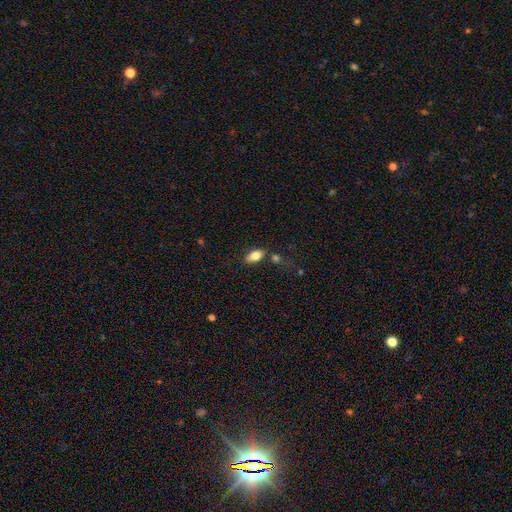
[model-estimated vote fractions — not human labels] Morphology: type=smooth (74%); roundness=in between (85%); merging=none (72%).